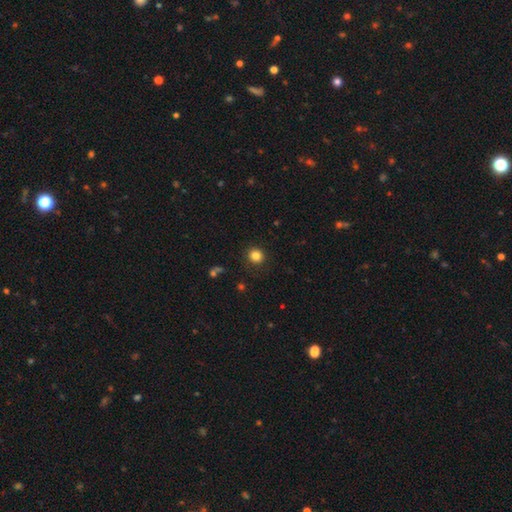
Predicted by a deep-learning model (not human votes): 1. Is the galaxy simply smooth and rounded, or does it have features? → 83% smooth, 12% star or artifact, 5% featured or disk.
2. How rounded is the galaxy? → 91% round, 8% in between, 1% cigar-shaped.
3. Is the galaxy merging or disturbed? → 89% none, 7% minor disturbance, 3% major disturbance, 1% merger.